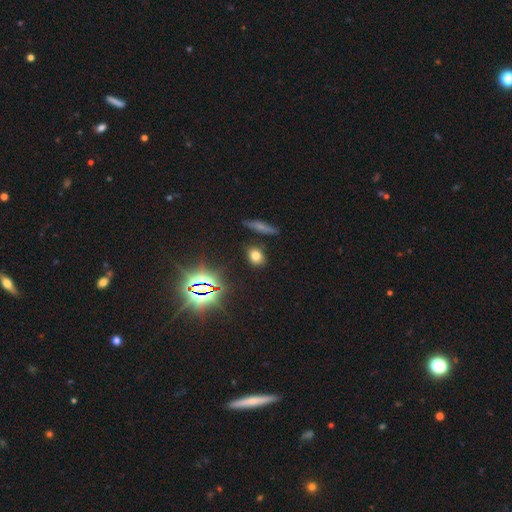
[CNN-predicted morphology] This appears to be a smooth galaxy with no disk features (68%) that is in between round and cigar-shaped (52%). Merging: none (85%).